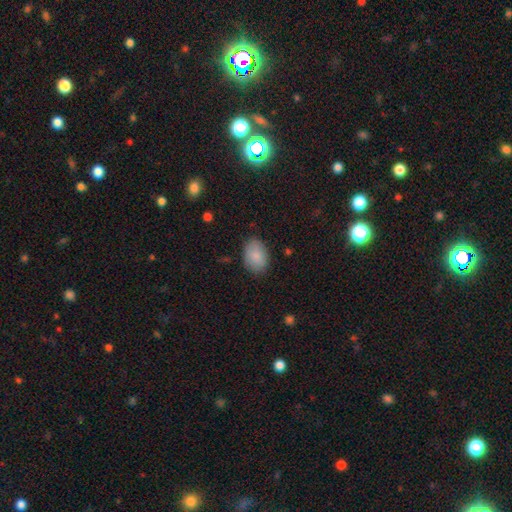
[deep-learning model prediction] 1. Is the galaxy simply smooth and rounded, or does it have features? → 87% smooth, 7% featured or disk, 6% star or artifact.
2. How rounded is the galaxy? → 84% in between, 15% round, 1% cigar-shaped.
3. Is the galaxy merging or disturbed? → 82% none, 14% minor disturbance, 3% major disturbance, 1% merger.